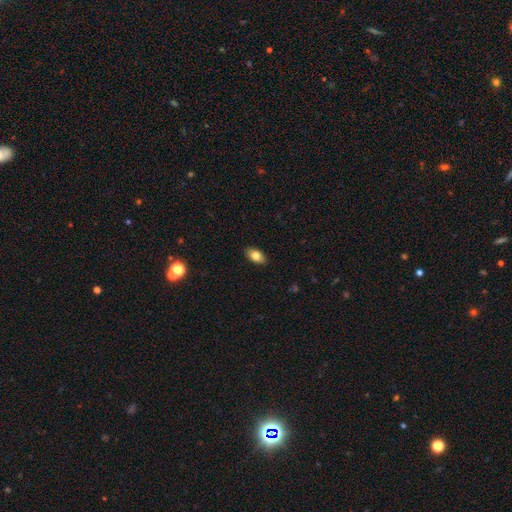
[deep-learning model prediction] smooth-or-featured: smooth: 81% | featured or disk: 11% | star or artifact: 8%
  how-rounded: in between: 91% | round: 6% | cigar-shaped: 3%
  merging: none: 89% | minor disturbance: 9% | major disturbance: 2% | merger: 1%